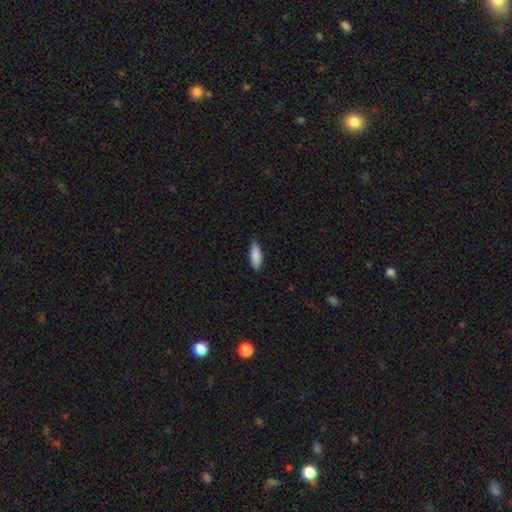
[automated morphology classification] This is clearly a smooth galaxy (87%). How rounded: likely in between (68%). Merging: likely none (80%).